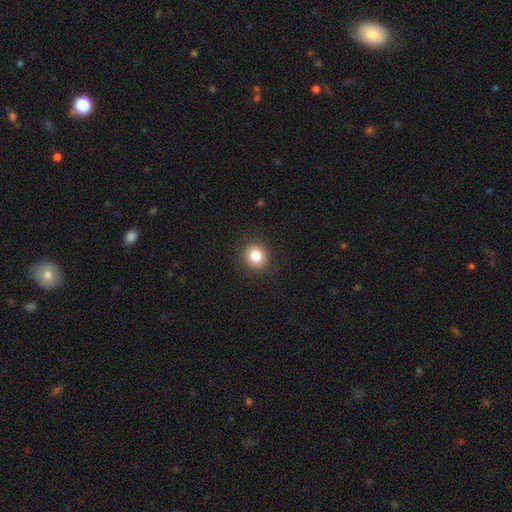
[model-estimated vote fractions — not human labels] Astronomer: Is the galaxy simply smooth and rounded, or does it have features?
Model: smooth — 84%.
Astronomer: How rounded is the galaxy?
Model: round — 88%.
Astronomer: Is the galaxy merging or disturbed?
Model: none — 91%.